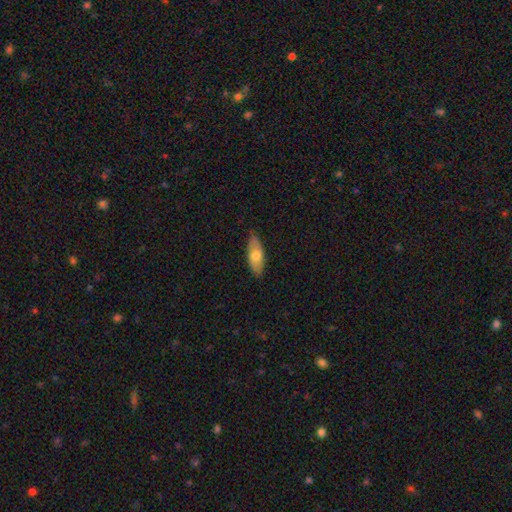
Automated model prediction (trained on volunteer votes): Morphology: type=smooth (67%); roundness=in between (76%); merging=none (84%).